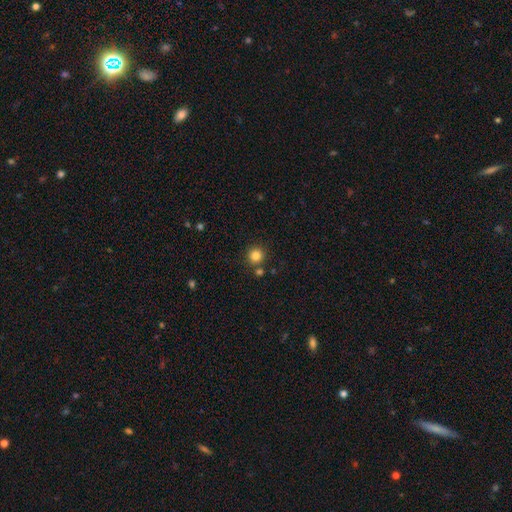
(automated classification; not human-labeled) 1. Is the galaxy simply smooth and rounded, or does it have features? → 84% smooth, 12% star or artifact, 5% featured or disk.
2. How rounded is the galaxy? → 94% round, 5% in between, 1% cigar-shaped.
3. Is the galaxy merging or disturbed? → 81% none, 9% merger, 7% minor disturbance, 2% major disturbance.